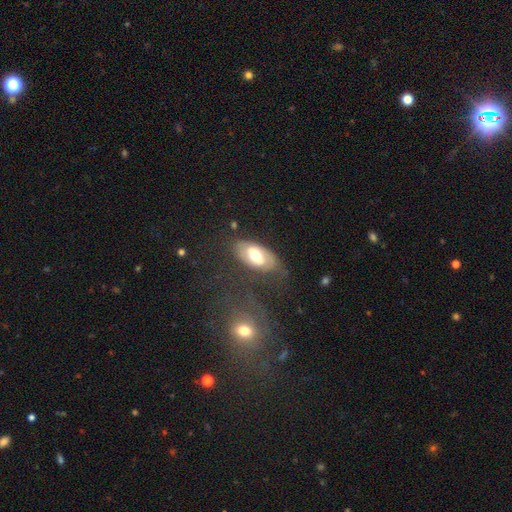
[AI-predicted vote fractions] Smooth or featured: smooth — 50% (featured or disk — 43%)
Merging: none — 63% (minor disturbance — 22%)